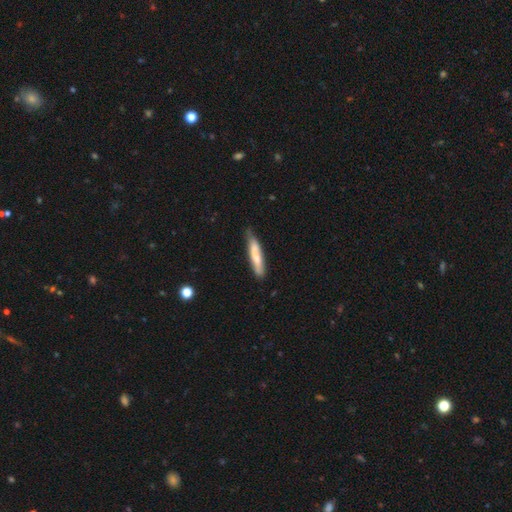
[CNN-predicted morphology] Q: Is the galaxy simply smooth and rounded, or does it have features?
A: smooth — 65%.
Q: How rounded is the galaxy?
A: cigar-shaped — 87%.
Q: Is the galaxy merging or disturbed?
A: none — 64%.